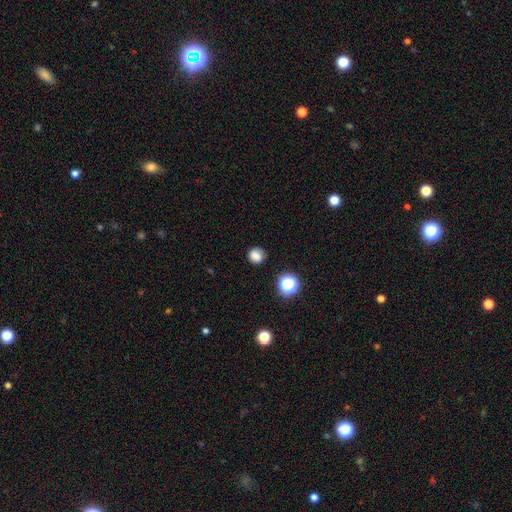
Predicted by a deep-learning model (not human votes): Overall: smooth (79%). How rounded: round (82%). Merging: none (79%).